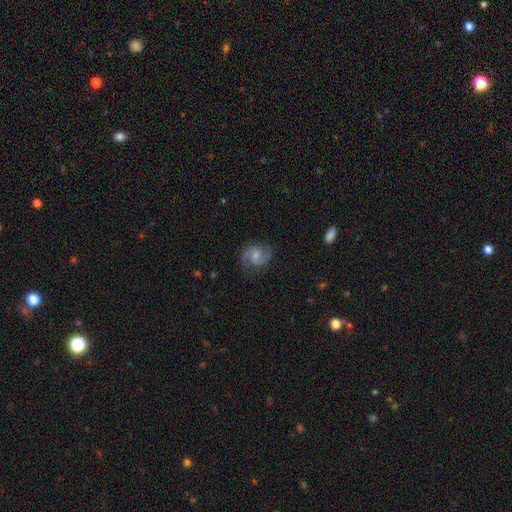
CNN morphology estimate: Smooth or featured? featured or disk (83%)
Edge-on disk? no (98%)
Bar? no (56%)
Spiral arms? yes (97%)
Spiral winding? medium (57%)
Spiral arm count? 2 (92%)
Bulge size? small (45%)
Merging? none (80%)